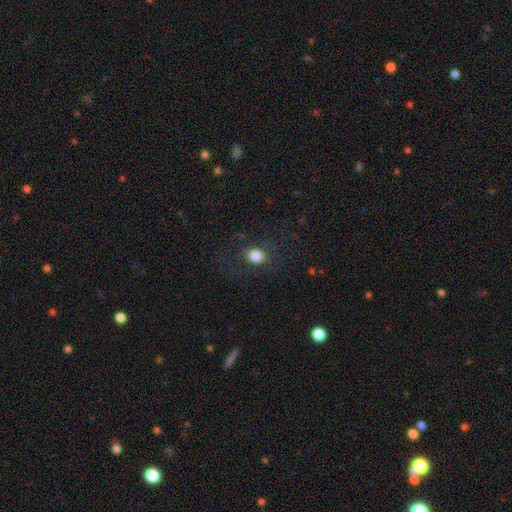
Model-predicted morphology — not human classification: smooth-or-featured: smooth: 80% | star or artifact: 11% | featured or disk: 9%
  how-rounded: round: 50% | in between: 48% | cigar-shaped: 1%
  merging: none: 78% | minor disturbance: 12% | major disturbance: 8% | merger: 1%